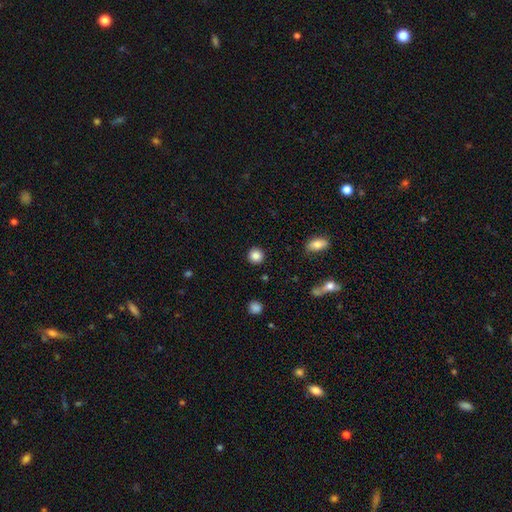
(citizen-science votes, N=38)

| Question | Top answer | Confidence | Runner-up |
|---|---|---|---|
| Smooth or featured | smooth | 89% | featured or disk (8%) |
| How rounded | round | 97% | in between (3%) |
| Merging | none | 86% | merger (8%) |